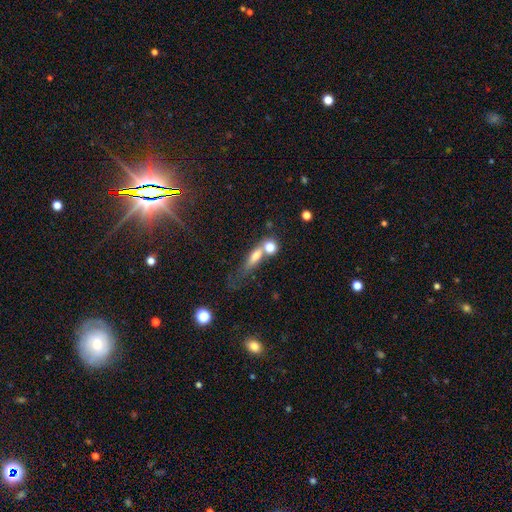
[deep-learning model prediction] This is likely a smooth galaxy (68%). How rounded: marginally in between (44%). Merging: possibly merger (53%).